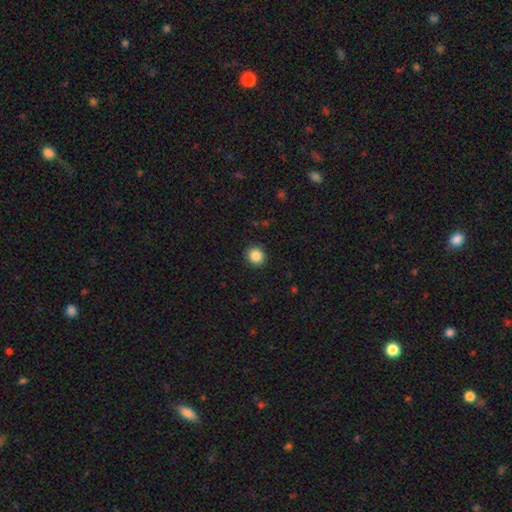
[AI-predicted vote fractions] A smooth galaxy with no disk features (87%) that is round (87%).

Vote fractions:
- Smooth or featured? smooth: 87% / star or artifact: 9% / featured or disk: 4%
- How rounded? round: 87% / in between: 12% / cigar-shaped: 1%
- Merging? none: 91% / minor disturbance: 6% / major disturbance: 2% / merger: 1%